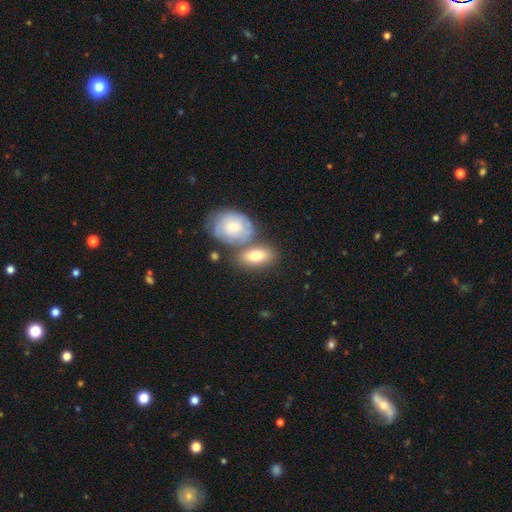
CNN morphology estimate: A smooth galaxy with no disk features (69%) that is in between round and cigar-shaped (86%).

Vote fractions:
- Smooth or featured? smooth: 69% / featured or disk: 25% / star or artifact: 6%
- How rounded? in between: 86% / round: 9% / cigar-shaped: 5%
- Merging? none: 50% / merger: 32% / minor disturbance: 14% / major disturbance: 4%